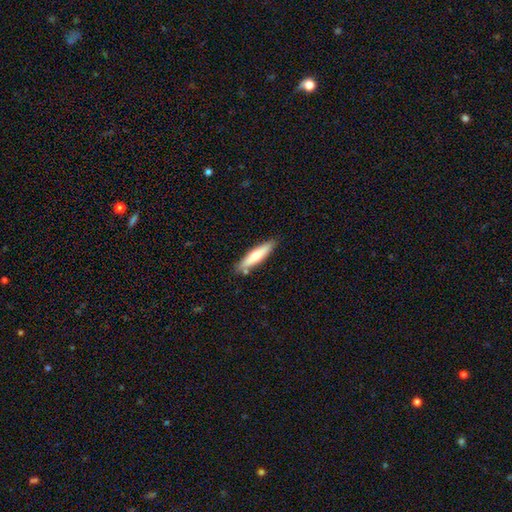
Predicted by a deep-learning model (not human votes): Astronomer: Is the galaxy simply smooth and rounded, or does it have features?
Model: smooth — 61%.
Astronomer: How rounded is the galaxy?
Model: cigar-shaped — 76%.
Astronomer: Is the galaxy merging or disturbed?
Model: none — 83%.